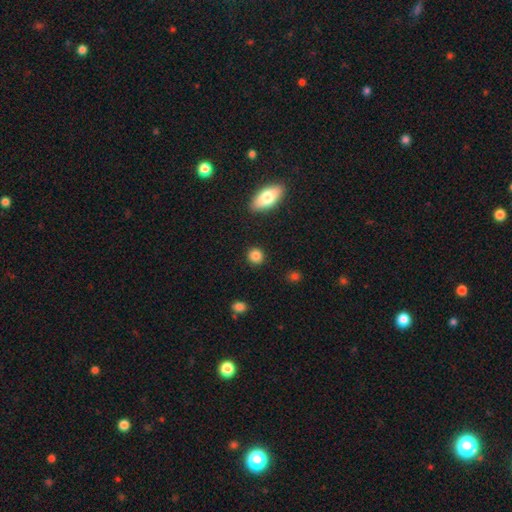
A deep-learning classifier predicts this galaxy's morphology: Smooth or featured? Predicted: smooth (p=0.86). How rounded? Predicted: round (p=0.88). Merging? Predicted: none (p=0.90).